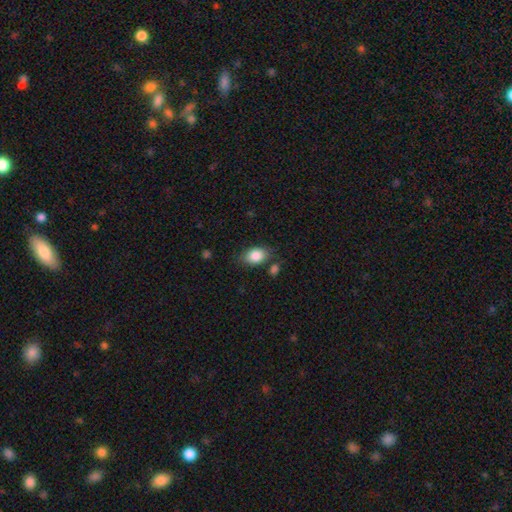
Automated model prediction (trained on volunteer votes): Smooth or featured: smooth — 85% (featured or disk — 8%)
How rounded: in between — 82% (round — 16%)
Merging: none — 73% (minor disturbance — 16%)